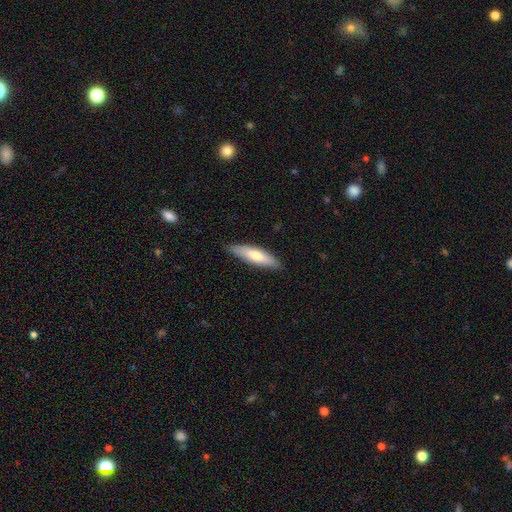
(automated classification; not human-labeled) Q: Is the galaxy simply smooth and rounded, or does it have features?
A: smooth — 69%.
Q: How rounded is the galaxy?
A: cigar-shaped — 69%.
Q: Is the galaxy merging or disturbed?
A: none — 86%.